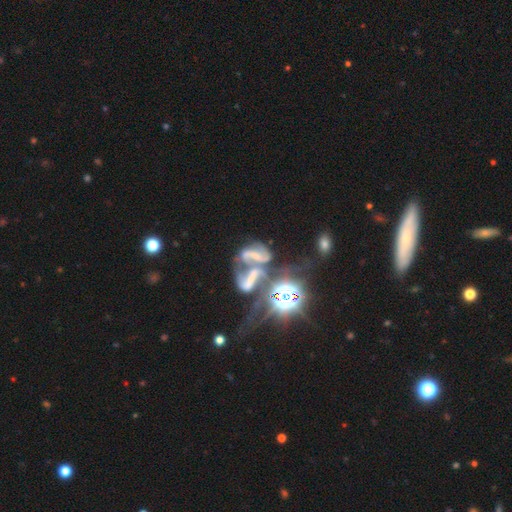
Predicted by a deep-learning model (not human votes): A featured or disk galaxy (64%) with a strong bar (41%), spiral arms (73%) and no central bulge (42%).

Vote fractions:
- Smooth or featured? featured or disk: 64% / star or artifact: 21% / smooth: 15%
- Edge-on disk? no: 96% / yes: 4%
- Bar? strong: 41% / no: 33% / weak: 26%
- Spiral arms? yes: 73% / no: 27%
- Bulge size? none: 42% / small: 31% / moderate: 19% / large: 6% / dominant: 3%
- Merging? merger: 62% / major disturbance: 17% / none: 14% / minor disturbance: 7%